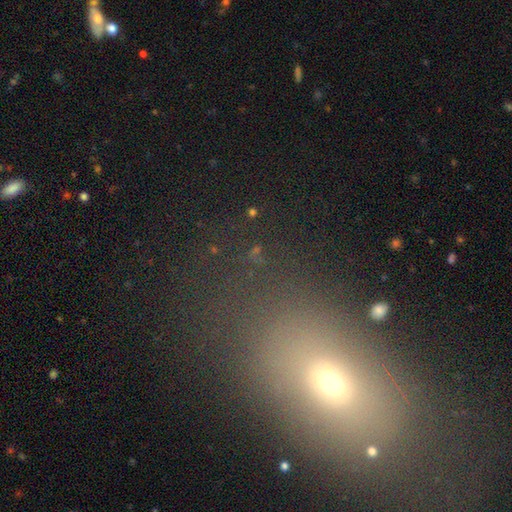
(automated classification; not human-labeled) The model was most divided on "smooth or featured": star or artifact: 45%, smooth: 36%, featured or disk: 18%.